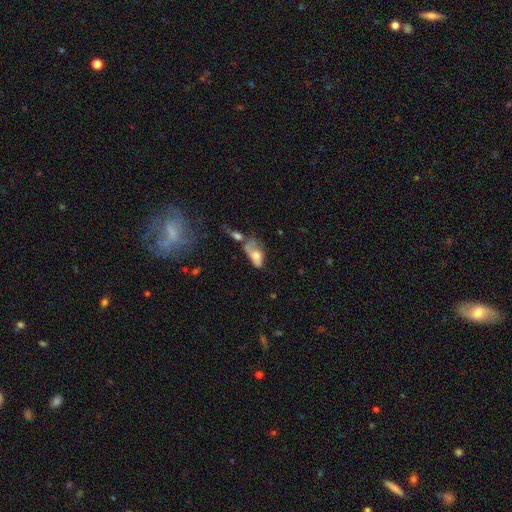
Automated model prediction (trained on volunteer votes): Smooth or featured? Predicted: smooth (p=0.58). How rounded? Predicted: in between (p=0.87). Merging? Predicted: merger (p=0.32).